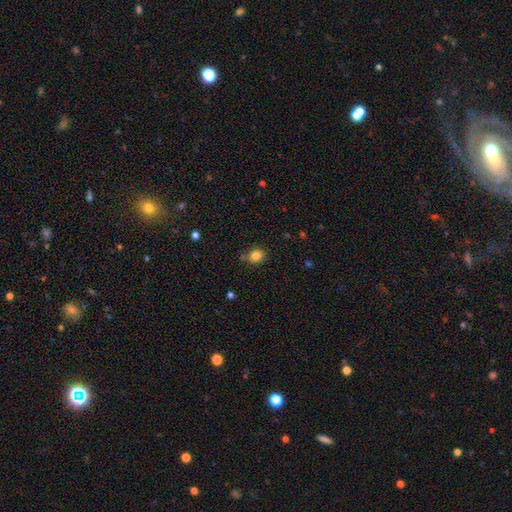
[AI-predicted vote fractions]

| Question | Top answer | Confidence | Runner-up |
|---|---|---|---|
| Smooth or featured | smooth | 83% | star or artifact (12%) |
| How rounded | round | 72% | in between (27%) |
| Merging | none | 77% | minor disturbance (14%) |